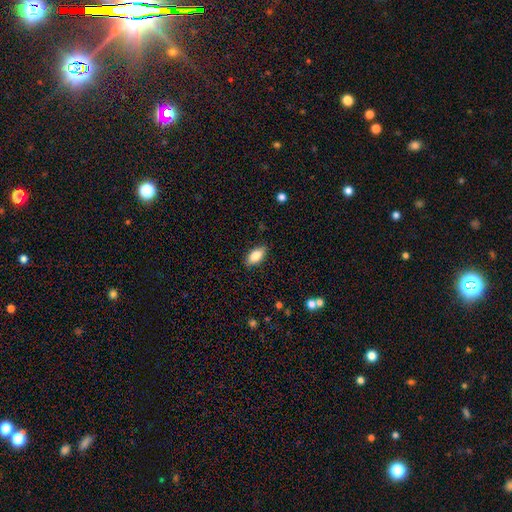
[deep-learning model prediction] The model was most divided on "smooth or featured": smooth: 83%, featured or disk: 10%, star or artifact: 7%. More confident: how rounded — in between (88%); merging — none (85%).